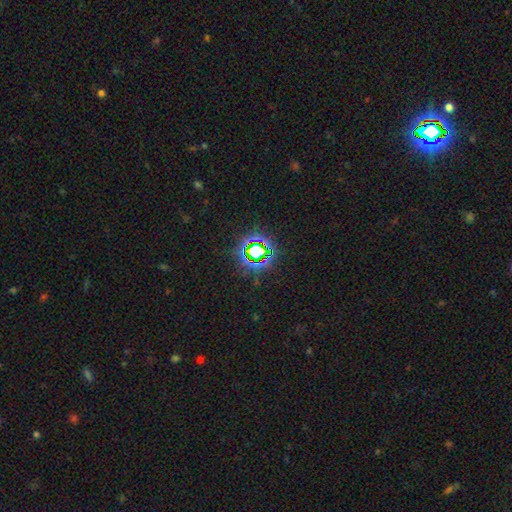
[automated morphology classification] Smooth or featured? Predicted: star or artifact (p=0.75).